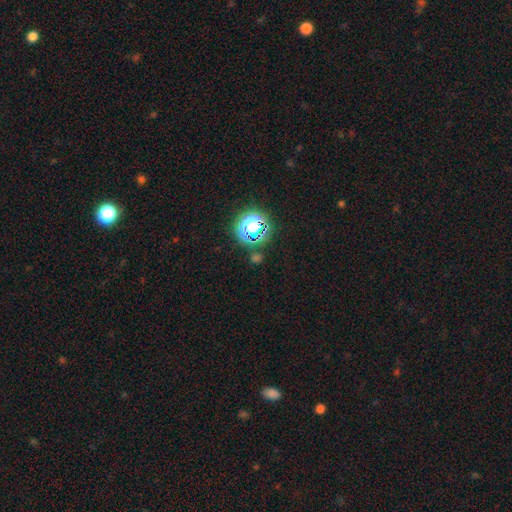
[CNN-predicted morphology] Smooth or featured? Predicted: star or artifact (p=0.68).